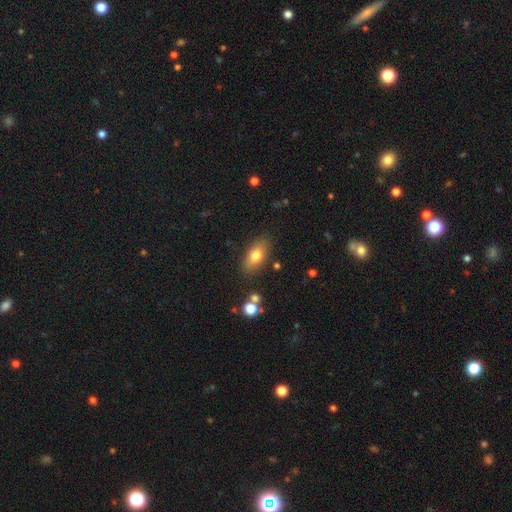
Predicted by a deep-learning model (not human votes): Smooth or featured? smooth (76%)
How rounded? in between (85%)
Merging? none (82%)